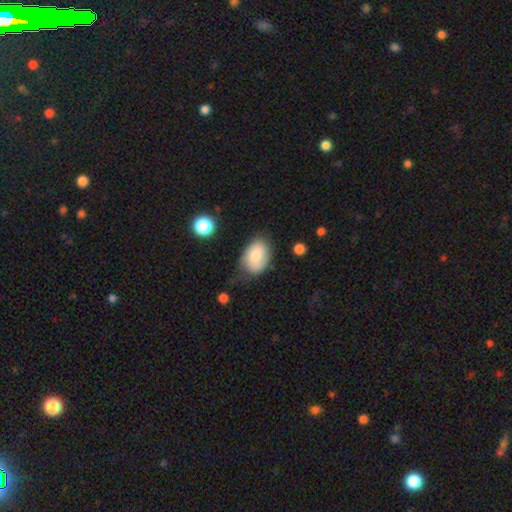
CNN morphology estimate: Overall: smooth (75%). How rounded: in between (84%). Merging: none (60%; minor disturbance 28%).